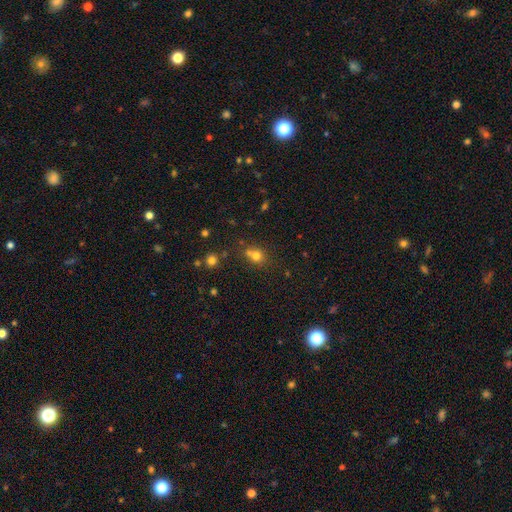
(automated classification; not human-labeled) This appears to be a smooth galaxy with no disk features (73%) that is round (76%). Merging: none (52%).